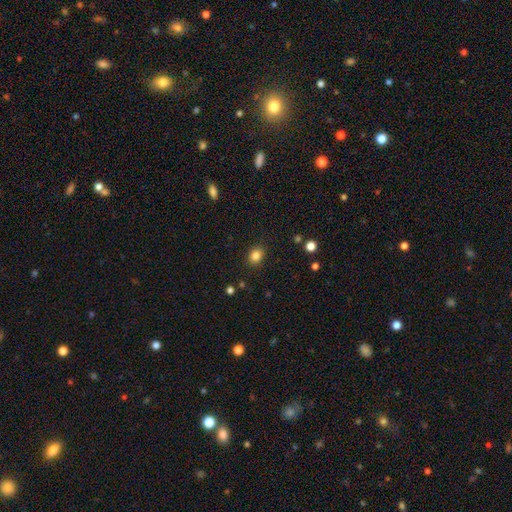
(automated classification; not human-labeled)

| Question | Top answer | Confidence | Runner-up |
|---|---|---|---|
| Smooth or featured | smooth | 84% | star or artifact (11%) |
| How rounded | round | 58% | in between (41%) |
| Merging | none | 87% | minor disturbance (9%) |